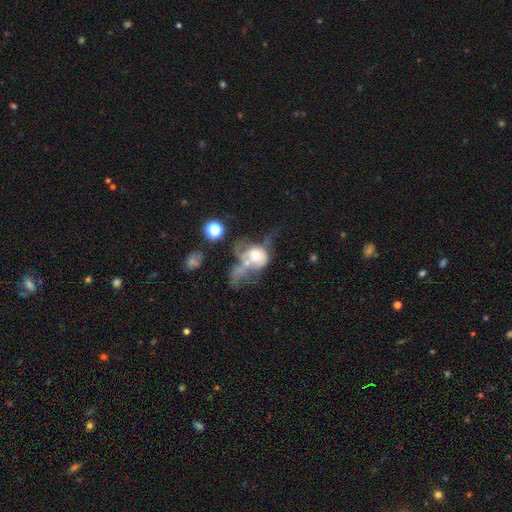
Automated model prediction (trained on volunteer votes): This is marginally a featured or disk galaxy (45%). Merging: marginally merger (43%).